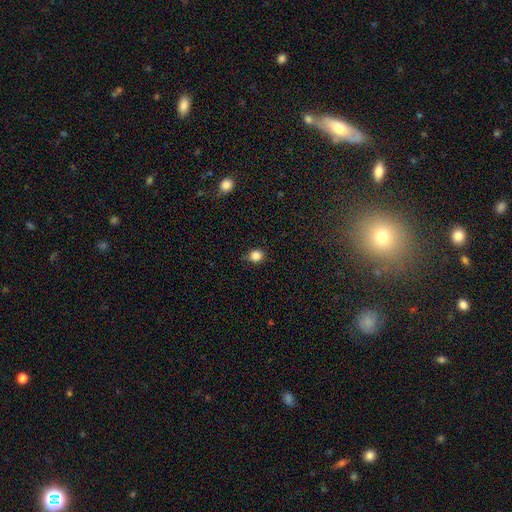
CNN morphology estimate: smooth-or-featured: smooth: 85% | star or artifact: 11% | featured or disk: 4%
  how-rounded: round: 77% | in between: 22% | cigar-shaped: 1%
  merging: none: 81% | minor disturbance: 14% | major disturbance: 3% | merger: 1%